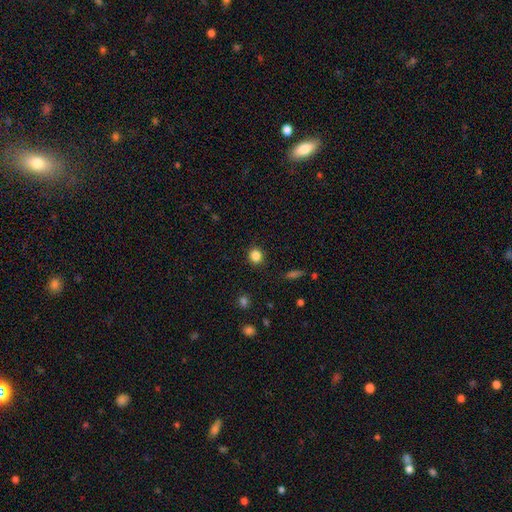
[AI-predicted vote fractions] Smooth or featured: smooth — 84% (star or artifact — 12%)
How rounded: round — 86% (in between — 13%)
Merging: none — 90% (minor disturbance — 7%)